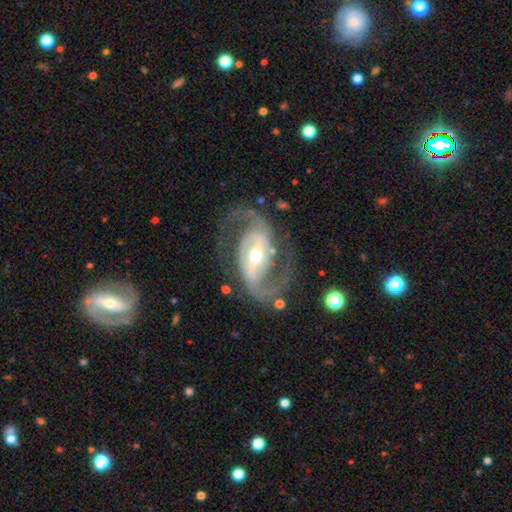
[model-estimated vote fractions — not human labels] Overall: featured or disk (91%). Edge-on disk: no (97%). Bar: strong (44%; weak 36%). Spiral arms: yes (96%). Spiral arm count: 2 (92%). Spiral winding: medium (58%; loose 25%). Bulge size: moderate (60%; small 34%). Merging: none (75%).